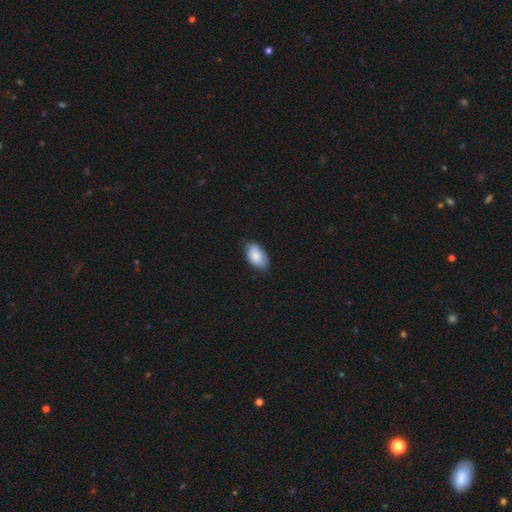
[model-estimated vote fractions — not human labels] Overall: smooth (86%). How rounded: in between (94%). Merging: none (76%).